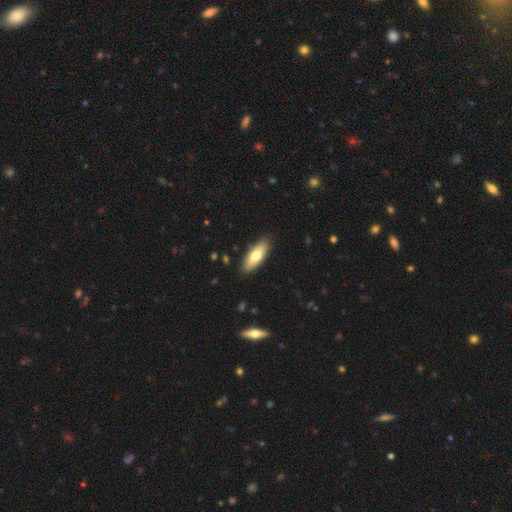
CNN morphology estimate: Smooth or featured? Predicted: smooth (p=0.74). How rounded? Predicted: in between (p=0.70). Merging? Predicted: none (p=0.87).